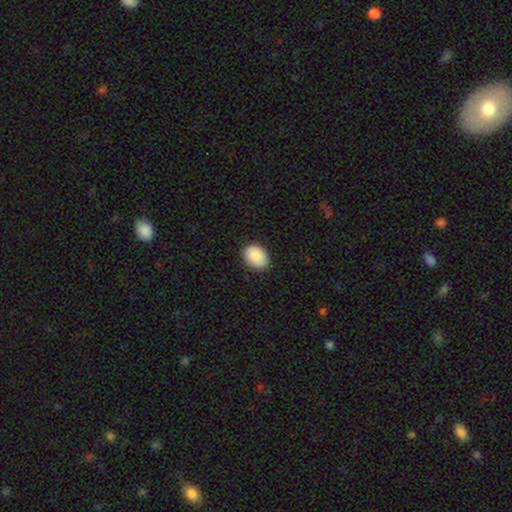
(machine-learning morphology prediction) This appears to be a smooth galaxy with no disk features (90%) that is in between round and cigar-shaped (73%). Merging: none (86%).